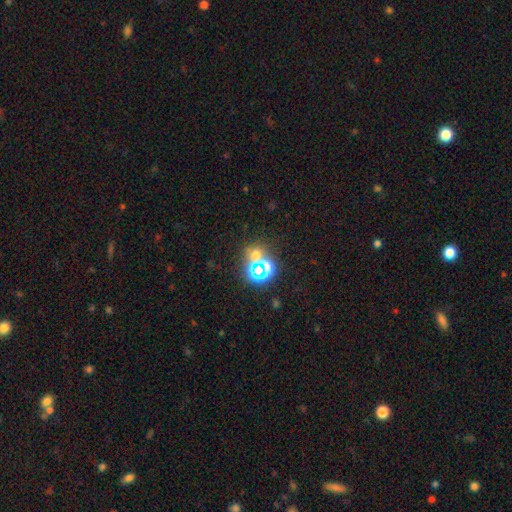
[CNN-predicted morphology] This appears to be a star or artifact, not a galaxy (49%).